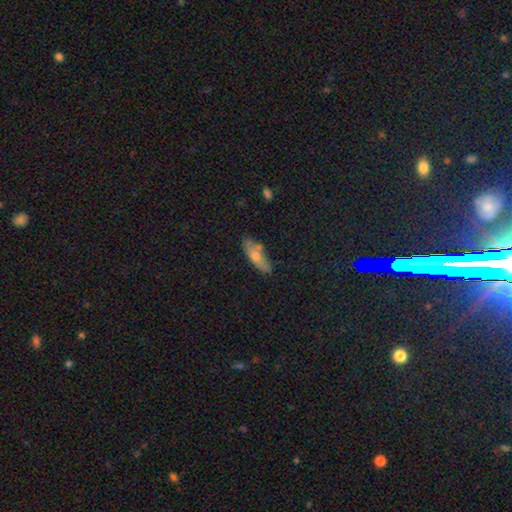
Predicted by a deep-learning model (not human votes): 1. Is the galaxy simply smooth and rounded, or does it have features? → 62% smooth, 30% featured or disk, 8% star or artifact.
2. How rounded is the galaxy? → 58% in between, 40% cigar-shaped, 3% round.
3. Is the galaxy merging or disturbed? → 72% none, 19% minor disturbance, 5% merger, 4% major disturbance.